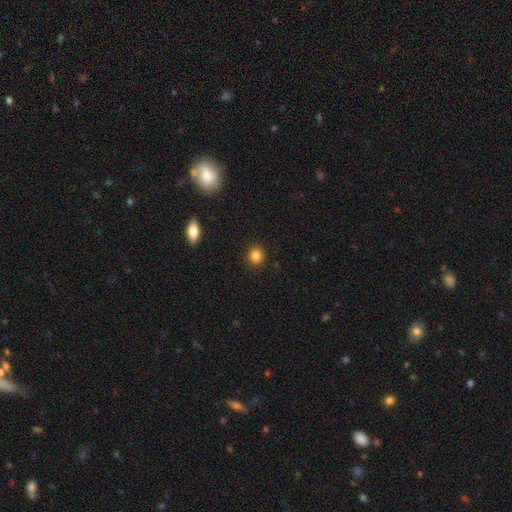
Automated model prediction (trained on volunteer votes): Overall: smooth (84%). How rounded: round (74%). Merging: none (90%).